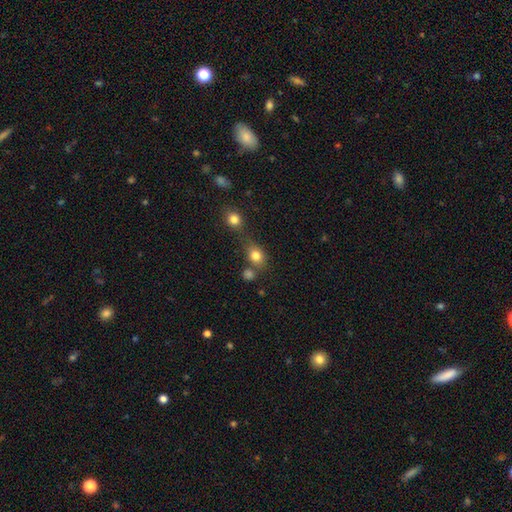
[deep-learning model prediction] Smooth or featured? Predicted: smooth (p=0.81). How rounded? Predicted: round (p=0.61). Merging? Predicted: none (p=0.50).